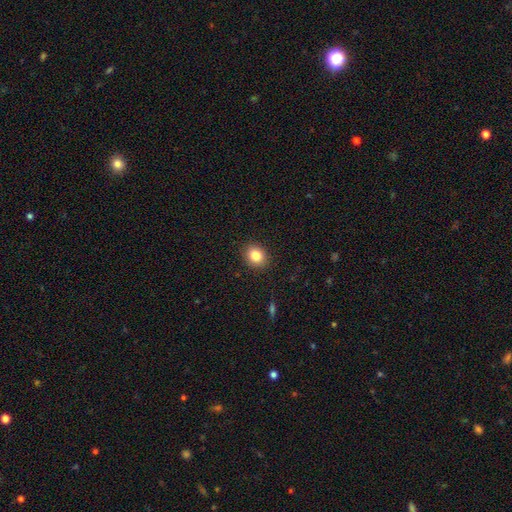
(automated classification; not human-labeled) Smooth or featured?
  - smooth: 84% *
  - star or artifact: 10%
  - featured or disk: 6%
How rounded?
  - round: 66% *
  - in between: 33%
  - cigar-shaped: 1%
Merging?
  - none: 90% *
  - minor disturbance: 7%
  - major disturbance: 2%
  - merger: 1%